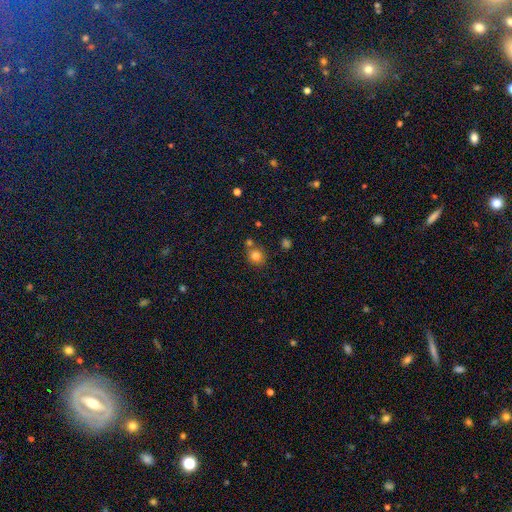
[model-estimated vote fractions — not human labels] Smooth or featured? smooth (81%)
How rounded? round (81%)
Merging? none (70%)